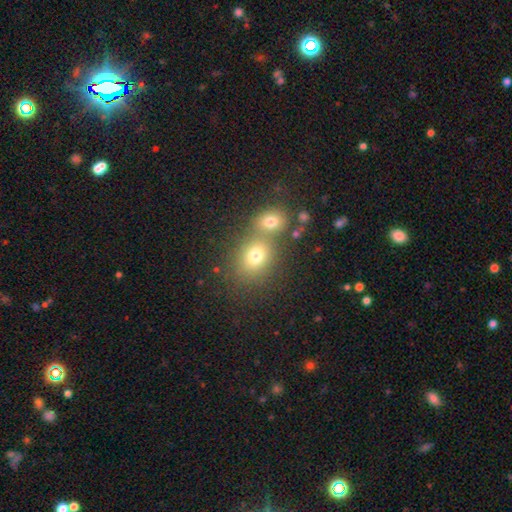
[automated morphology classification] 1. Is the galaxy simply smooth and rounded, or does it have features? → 73% smooth, 16% star or artifact, 11% featured or disk.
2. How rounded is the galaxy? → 58% round, 41% in between, 1% cigar-shaped.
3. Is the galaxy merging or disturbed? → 46% none, 41% merger, 9% minor disturbance, 4% major disturbance.